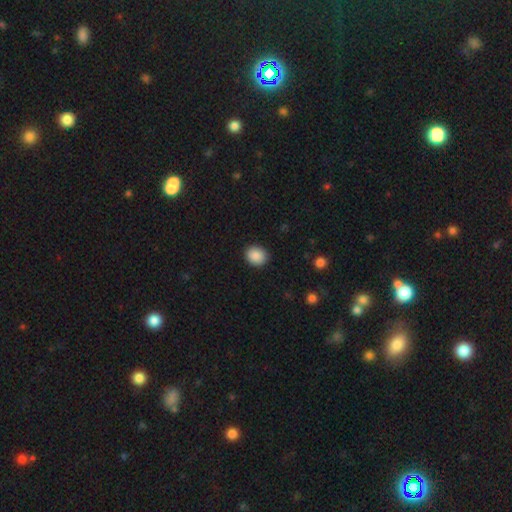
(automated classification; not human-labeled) Smooth or featured? Predicted: smooth (p=0.89). How rounded? Predicted: round (p=0.63). Merging? Predicted: none (p=0.90).